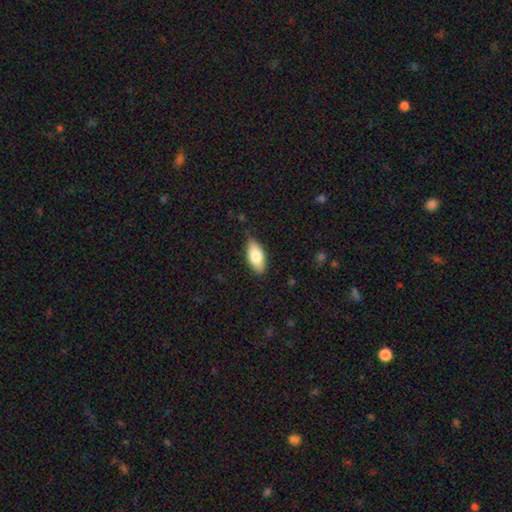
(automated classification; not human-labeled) This is likely a smooth galaxy (78%). How rounded: clearly in between (87%). Merging: clearly none (85%).